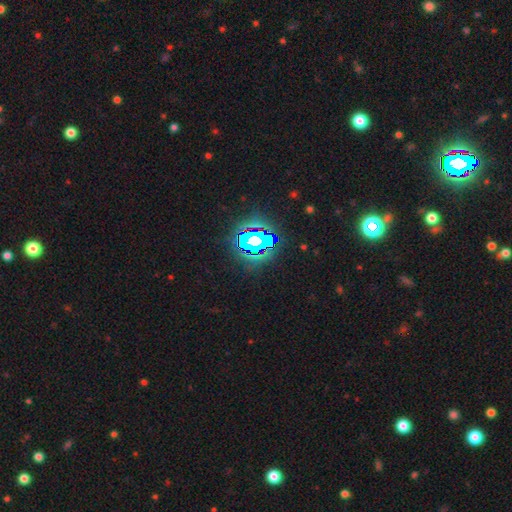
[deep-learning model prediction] This is clearly a star or artifact rather than a galaxy (81%).